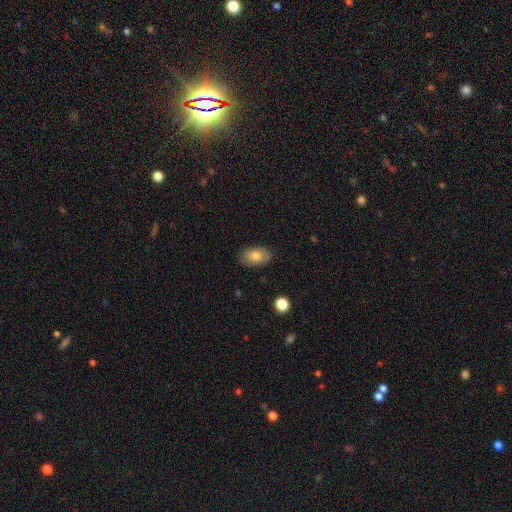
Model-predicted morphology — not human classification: Q: Smooth or featured?
A: smooth (78%); runner-up: featured or disk (15%)
Q: How rounded?
A: in between (91%); runner-up: round (7%)
Q: Merging?
A: none (84%); runner-up: minor disturbance (12%)